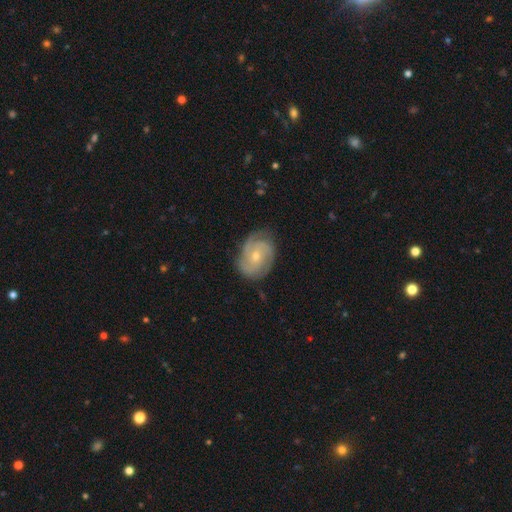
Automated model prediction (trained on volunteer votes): A featured or disk galaxy (82%) with no bar (66%), 3 (36%) tight (53%) spiral arms (96%) and a small central bulge (60%).

Vote fractions:
- Smooth or featured? featured or disk: 82% / smooth: 12% / star or artifact: 5%
- Edge-on disk? no: 98% / yes: 2%
- Bar? no: 66% / weak: 28% / strong: 5%
- Spiral arms? yes: 96% / no: 4%
- Spiral winding? tight: 53% / medium: 38% / loose: 9%
- Spiral arm count? 3: 36% / 2: 34% / can't tell: 16% / 4: 6% / 1: 5% / more than 4: 4%
- Bulge size? small: 60% / moderate: 37% / none: 1% / large: 1% / dominant: 1%
- Merging? none: 74% / minor disturbance: 19% / major disturbance: 6% / merger: 1%